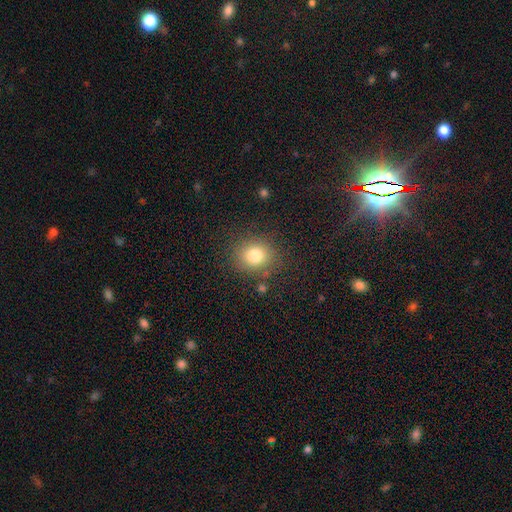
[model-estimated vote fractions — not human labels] smooth-or-featured: smooth: 69% | star or artifact: 22% | featured or disk: 8%
  how-rounded: round: 85% | in between: 14% | cigar-shaped: 1%
  merging: none: 87% | minor disturbance: 7% | merger: 3% | major disturbance: 3%